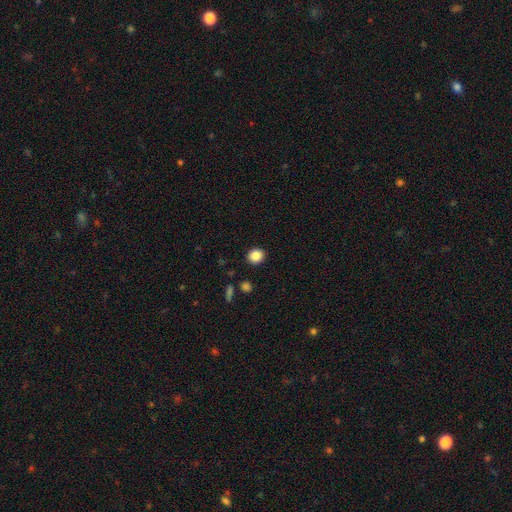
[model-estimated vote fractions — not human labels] Smooth or featured: smooth — 87% (star or artifact — 9%)
How rounded: round — 80% (in between — 19%)
Merging: none — 90% (minor disturbance — 6%)